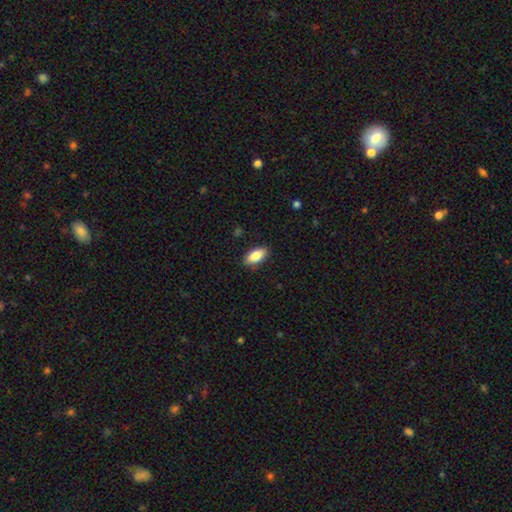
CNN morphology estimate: A smooth galaxy with no disk features (85%) that is in between round and cigar-shaped (89%).

Vote fractions:
- Smooth or featured? smooth: 85% / featured or disk: 8% / star or artifact: 7%
- How rounded? in between: 89% / cigar-shaped: 8% / round: 3%
- Merging? none: 88% / minor disturbance: 9% / major disturbance: 2% / merger: 1%